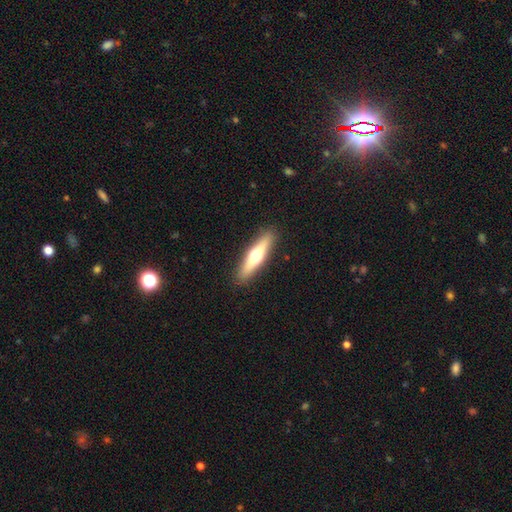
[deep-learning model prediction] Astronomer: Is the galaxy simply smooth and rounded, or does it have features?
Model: featured or disk — 48% (runner-up: smooth, 47%).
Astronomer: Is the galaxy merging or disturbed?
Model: none — 90%.